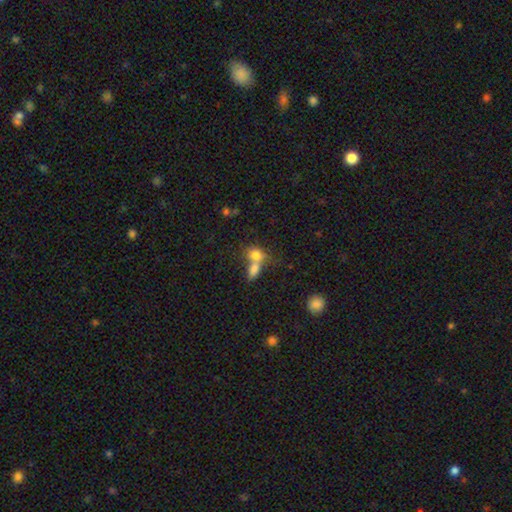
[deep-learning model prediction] Smooth or featured: smooth — 78% (featured or disk — 12%)
How rounded: in between — 58% (round — 39%)
Merging: merger — 62% (none — 25%)